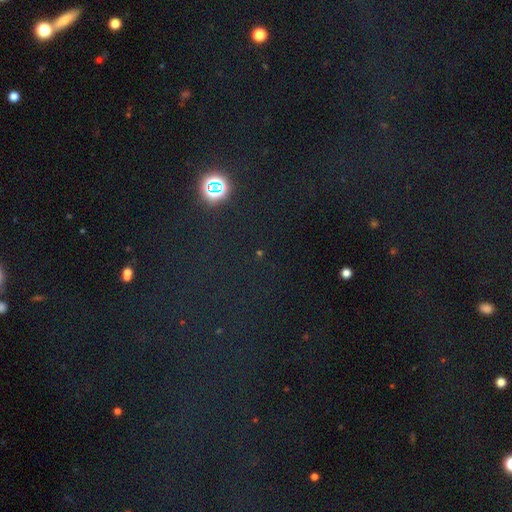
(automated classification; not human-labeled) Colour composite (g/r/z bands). It shows a star or artifact, not a galaxy (71%).